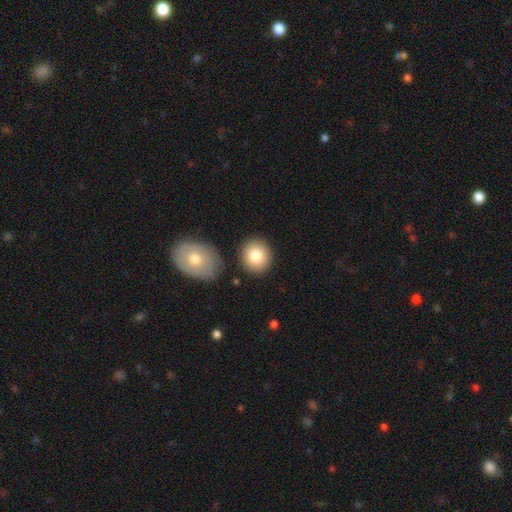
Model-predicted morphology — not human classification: Smooth or featured?
  - smooth: 82% *
  - featured or disk: 11%
  - star or artifact: 8%
How rounded?
  - round: 86% *
  - in between: 13%
  - cigar-shaped: 1%
Merging?
  - none: 85% *
  - minor disturbance: 8%
  - merger: 5%
  - major disturbance: 2%